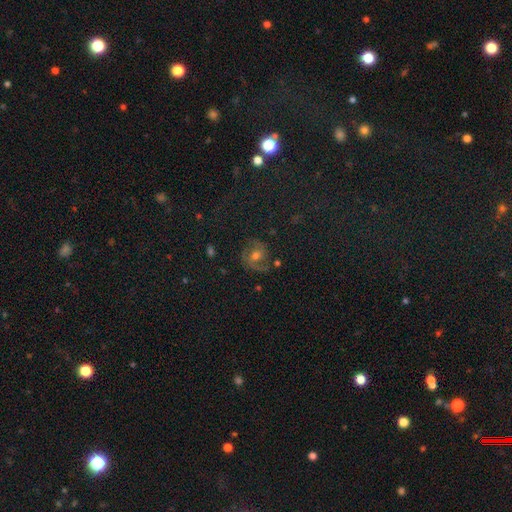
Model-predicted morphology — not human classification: Overall: featured or disk (59%; star or artifact 20%). Edge-on disk: no (97%). Bar: no (52%; weak 37%). Spiral arms: yes (86%). Bulge size: moderate (68%). Merging: none (70%).